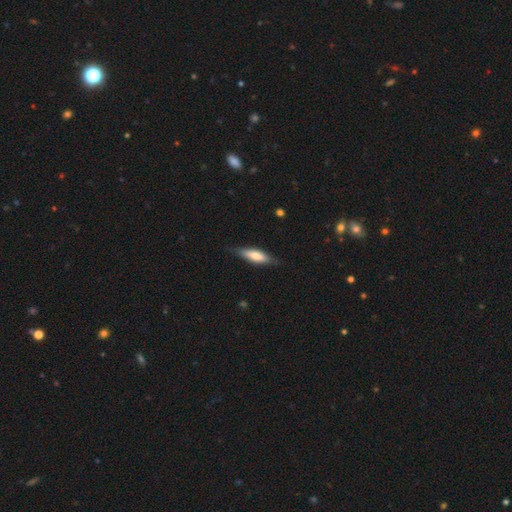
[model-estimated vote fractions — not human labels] Smooth or featured? Predicted: smooth (p=0.65). How rounded? Predicted: cigar-shaped (p=0.55). Merging? Predicted: none (p=0.77).